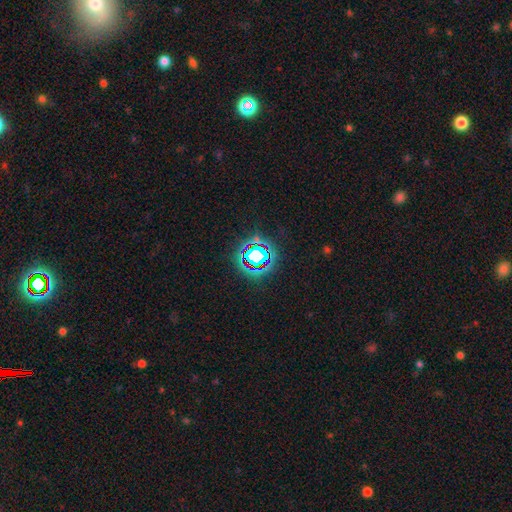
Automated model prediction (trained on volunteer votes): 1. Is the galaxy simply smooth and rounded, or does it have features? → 68% star or artifact, 19% smooth, 13% featured or disk.